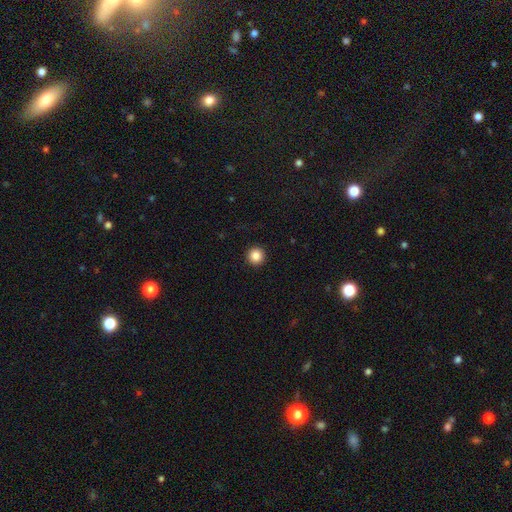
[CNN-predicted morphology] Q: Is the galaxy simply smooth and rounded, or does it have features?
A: smooth — 87%.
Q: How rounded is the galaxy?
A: round — 96%.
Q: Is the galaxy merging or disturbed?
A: none — 93%.